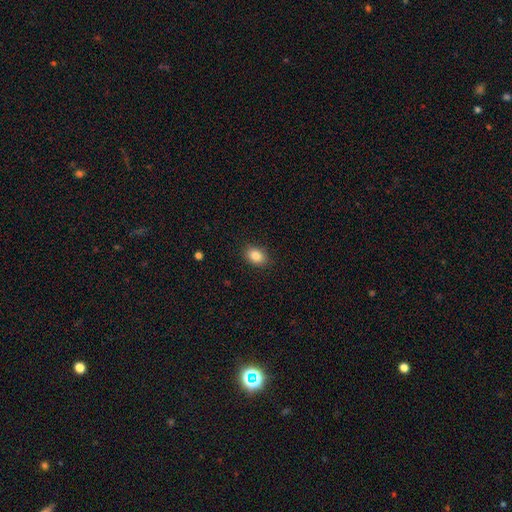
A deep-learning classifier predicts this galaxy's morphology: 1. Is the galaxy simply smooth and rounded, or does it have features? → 86% smooth, 9% star or artifact, 6% featured or disk.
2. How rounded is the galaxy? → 76% in between, 23% round, 1% cigar-shaped.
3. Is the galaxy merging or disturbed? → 88% none, 8% minor disturbance, 2% major disturbance, 1% merger.